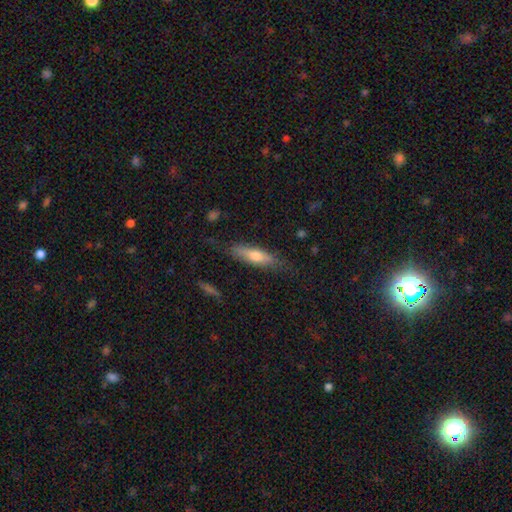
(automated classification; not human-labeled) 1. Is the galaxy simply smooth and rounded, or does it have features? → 59% smooth, 34% featured or disk, 6% star or artifact.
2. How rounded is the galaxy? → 67% cigar-shaped, 31% in between, 2% round.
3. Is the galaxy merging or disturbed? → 75% none, 19% minor disturbance, 5% major disturbance, 2% merger.